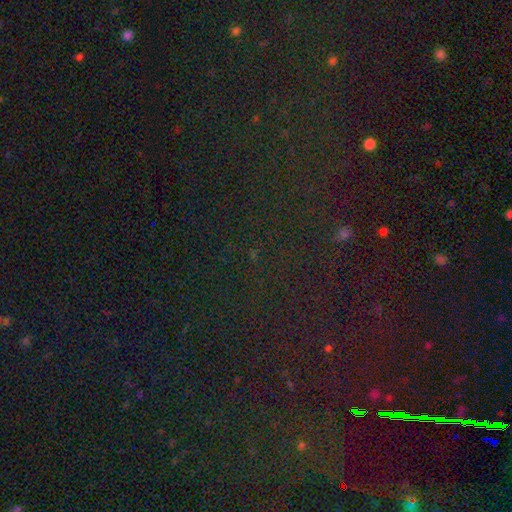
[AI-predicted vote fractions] This appears to be a star or artifact, not a galaxy (81%).